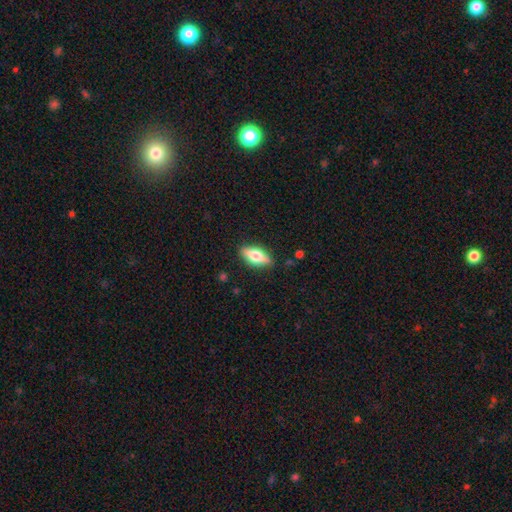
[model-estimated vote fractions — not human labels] Smooth or featured? Predicted: smooth (p=0.58). How rounded? Predicted: in between (p=0.76). Merging? Predicted: none (p=0.86).